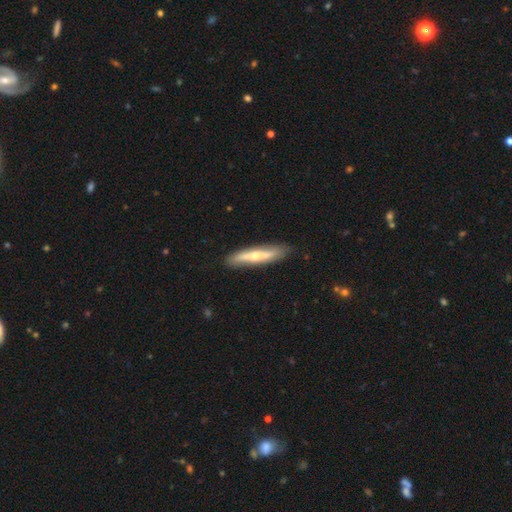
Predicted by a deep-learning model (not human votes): This appears to be a featured or disk galaxy (52%) viewed edge-on (76%). Merging: none (85%).